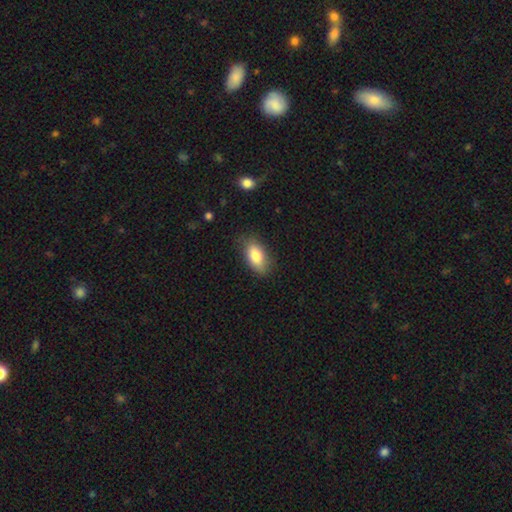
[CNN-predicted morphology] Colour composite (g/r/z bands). It shows a smooth galaxy with no disk features (83%) that is in between round and cigar-shaped (90%). Merging: none (78%).